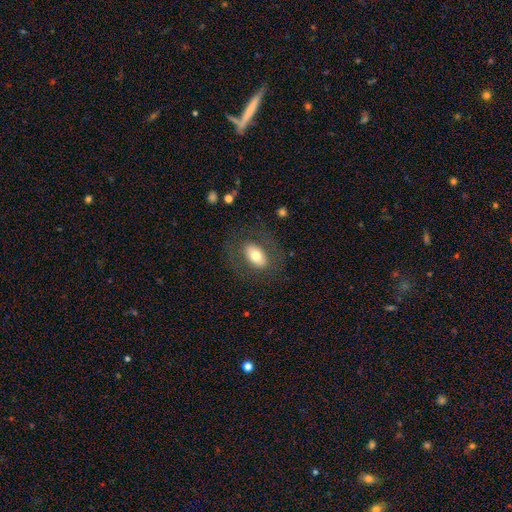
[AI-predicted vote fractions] The model was most divided on "smooth or featured": smooth: 64%, featured or disk: 28%, star or artifact: 7%. More confident: how rounded — in between (88%); merging — none (76%).